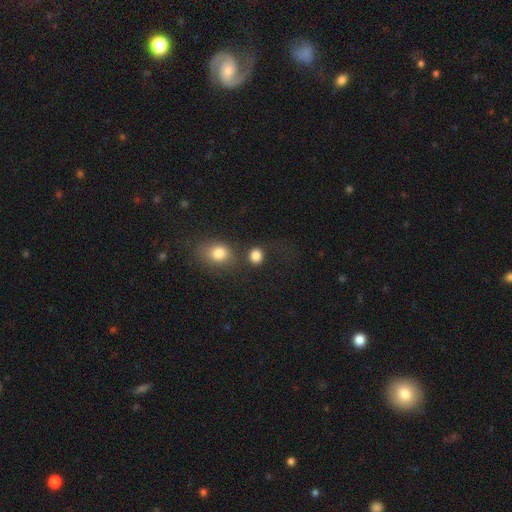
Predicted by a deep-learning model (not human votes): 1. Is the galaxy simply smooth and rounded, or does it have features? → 84% smooth, 11% star or artifact, 5% featured or disk.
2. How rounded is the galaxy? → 75% round, 24% in between, 1% cigar-shaped.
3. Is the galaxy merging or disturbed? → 67% none, 16% merger, 11% minor disturbance, 7% major disturbance.